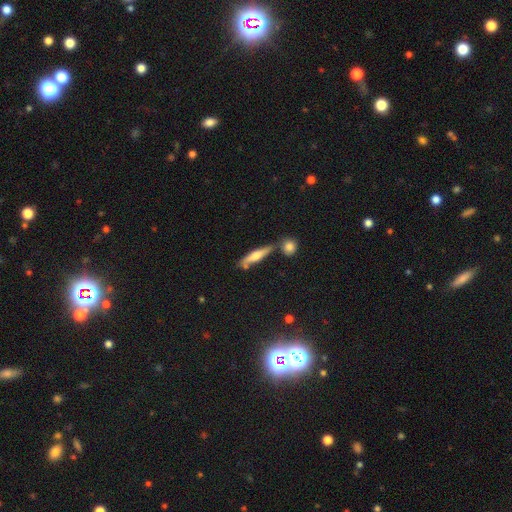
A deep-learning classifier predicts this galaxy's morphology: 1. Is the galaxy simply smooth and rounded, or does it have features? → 51% smooth, 41% featured or disk, 7% star or artifact.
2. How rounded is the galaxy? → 82% cigar-shaped, 15% in between, 3% round.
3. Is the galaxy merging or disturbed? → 69% none, 15% minor disturbance, 12% merger, 4% major disturbance.